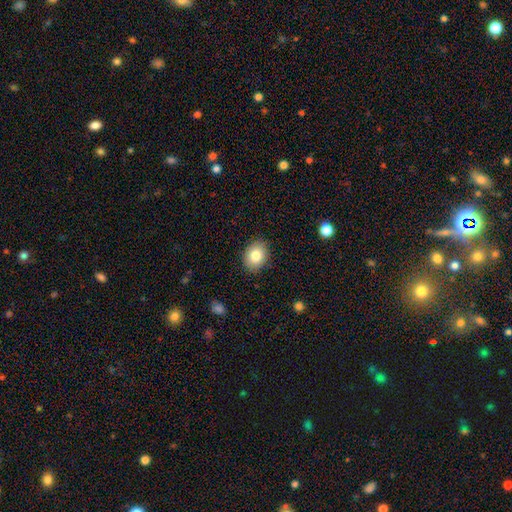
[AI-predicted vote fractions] Smooth or featured: smooth — 82% (featured or disk — 9%)
How rounded: in between — 64% (round — 36%)
Merging: none — 88% (minor disturbance — 9%)